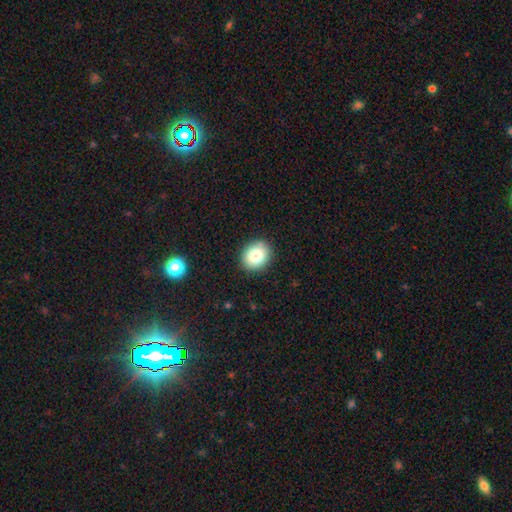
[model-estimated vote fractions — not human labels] Smooth or featured? Predicted: smooth (p=0.81). How rounded? Predicted: round (p=0.67). Merging? Predicted: none (p=0.90).